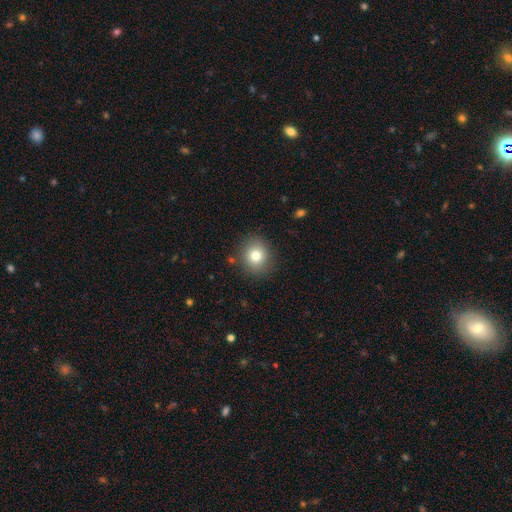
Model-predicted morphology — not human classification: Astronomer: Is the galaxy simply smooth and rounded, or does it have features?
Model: smooth — 78%.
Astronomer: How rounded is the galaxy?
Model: round — 82%.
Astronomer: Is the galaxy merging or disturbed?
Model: none — 87%.